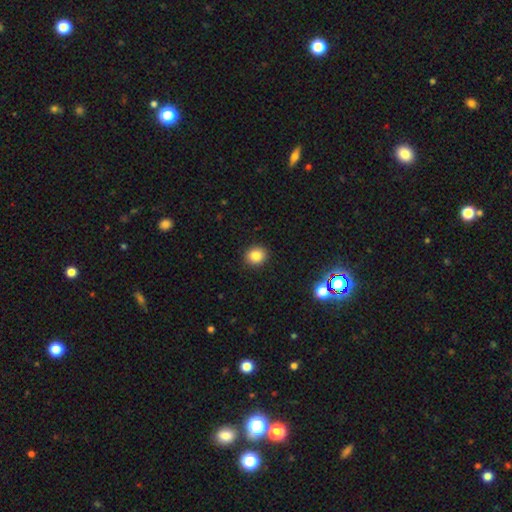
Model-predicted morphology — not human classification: smooth_or_featured: smooth (p=0.85) [alt: star or artifact p=0.11]
how_rounded: round (p=0.82) [alt: in between p=0.17]
merging: none (p=0.91) [alt: minor disturbance p=0.06]